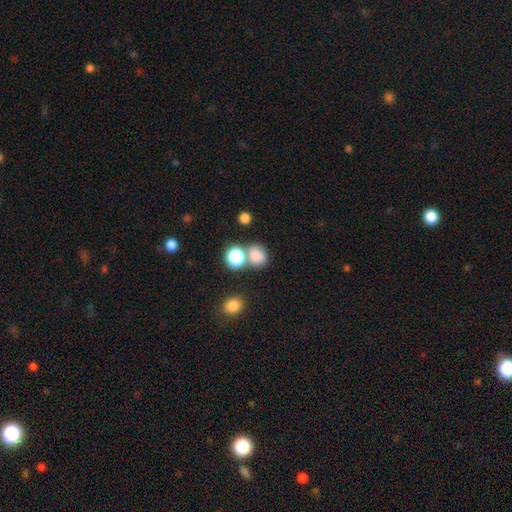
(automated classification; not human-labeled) Smooth or featured? smooth (79%)
How rounded? round (67%)
Merging? none (56%)